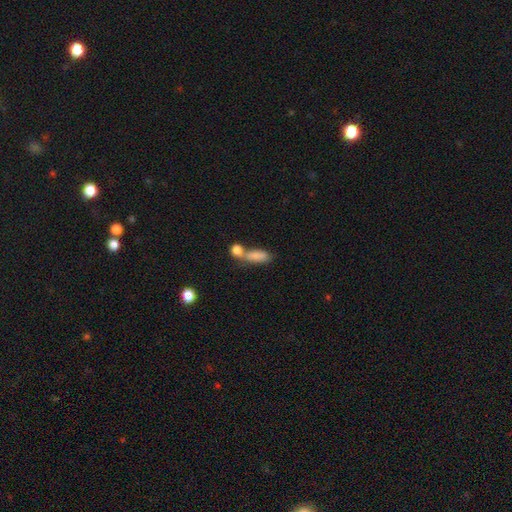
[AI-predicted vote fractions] This appears to be a smooth galaxy with no disk features (80%) that is in between round and cigar-shaped (70%). Merging: merger (50%).